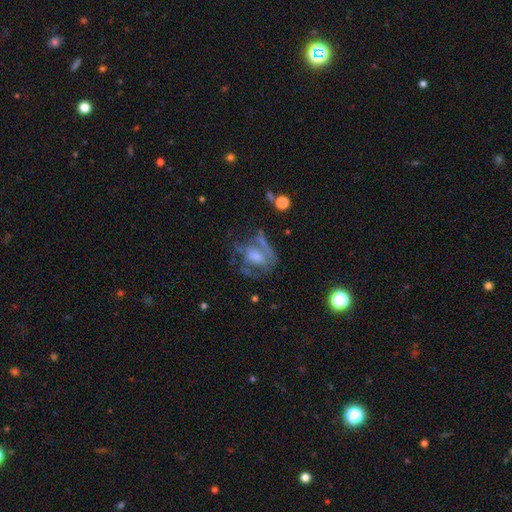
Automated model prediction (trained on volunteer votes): This appears to be a featured or disk galaxy (65%) with no bar (64%), spiral arms (58%) and a moderate central bulge (38%). Merging: none (42%).